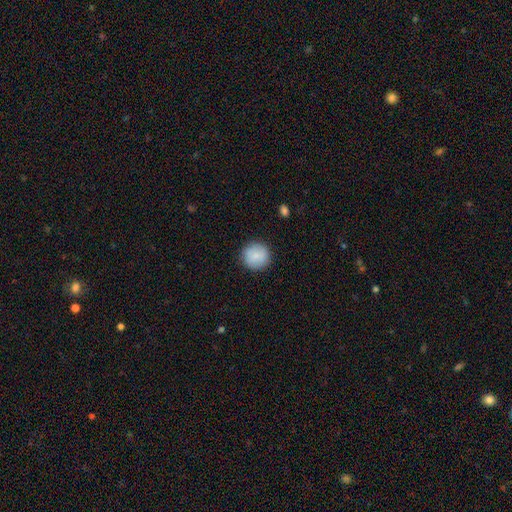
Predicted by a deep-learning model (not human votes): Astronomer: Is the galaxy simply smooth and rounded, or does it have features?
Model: smooth — 83%.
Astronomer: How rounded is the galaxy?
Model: round — 93%.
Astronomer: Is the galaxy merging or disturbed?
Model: none — 90%.